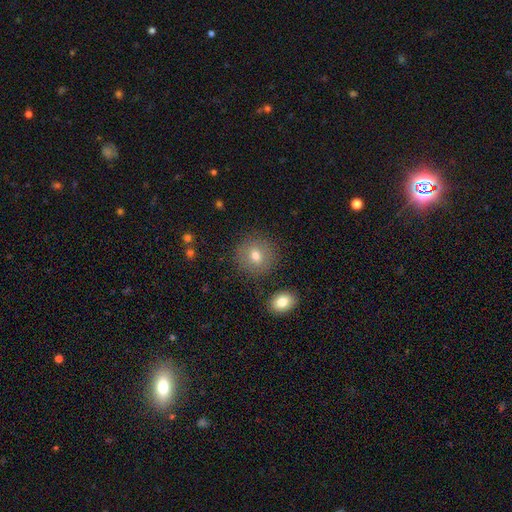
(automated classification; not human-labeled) Smooth or featured: smooth — 73% (featured or disk — 15%)
How rounded: round — 88% (in between — 11%)
Merging: none — 86% (minor disturbance — 8%)